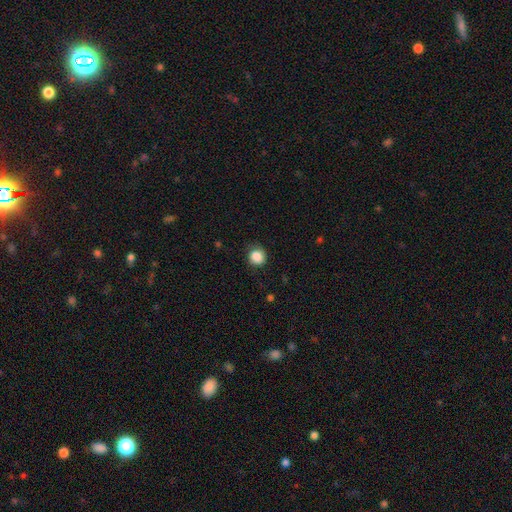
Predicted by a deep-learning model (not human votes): Smooth or featured?
  - smooth: 86% *
  - star or artifact: 9%
  - featured or disk: 4%
How rounded?
  - round: 85% *
  - in between: 14%
  - cigar-shaped: 1%
Merging?
  - none: 79% *
  - minor disturbance: 16%
  - major disturbance: 4%
  - merger: 1%